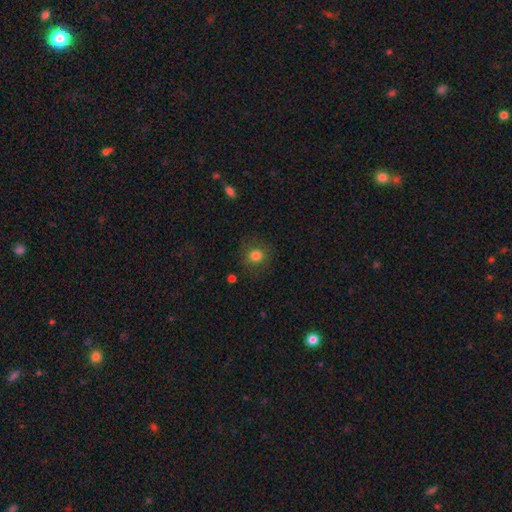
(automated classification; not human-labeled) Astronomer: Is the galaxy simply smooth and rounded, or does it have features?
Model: smooth — 81%.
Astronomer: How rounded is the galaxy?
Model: round — 85%.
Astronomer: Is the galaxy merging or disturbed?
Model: none — 84%.